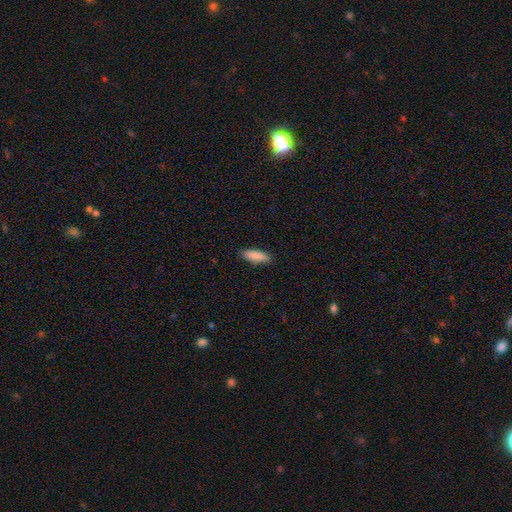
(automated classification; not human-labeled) Smooth or featured? smooth (89%)
How rounded? in between (56%)
Merging? none (89%)